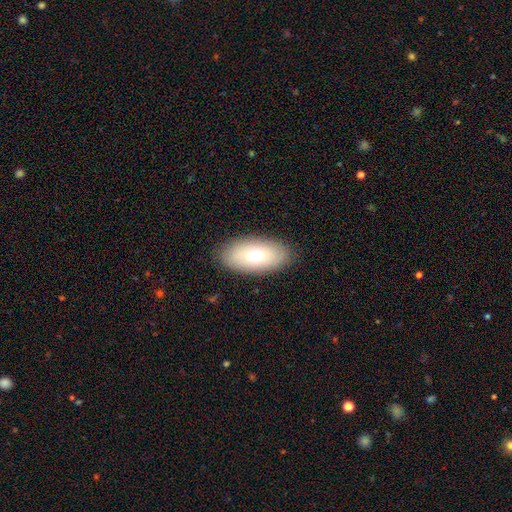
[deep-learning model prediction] Smooth or featured: smooth — 69% (featured or disk — 23%)
How rounded: in between — 92% (round — 4%)
Merging: none — 86% (minor disturbance — 10%)